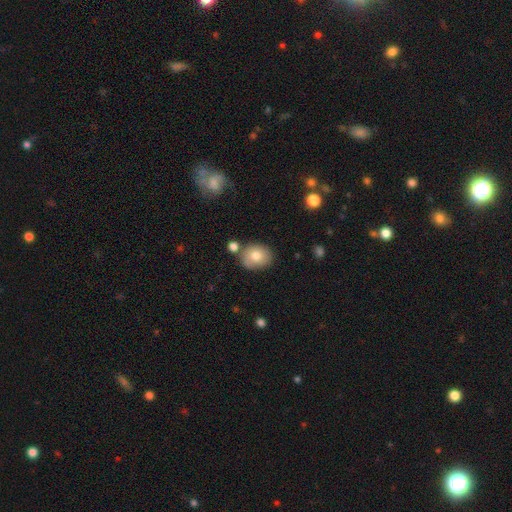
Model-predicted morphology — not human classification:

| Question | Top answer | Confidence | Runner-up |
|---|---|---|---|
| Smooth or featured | smooth | 78% | featured or disk (14%) |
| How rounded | round | 59% | in between (40%) |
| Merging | none | 71% | minor disturbance (15%) |